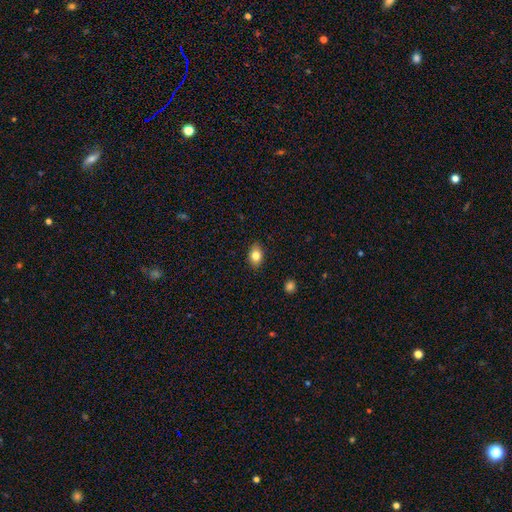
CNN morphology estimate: A smooth galaxy with no disk features (81%) that is in between round and cigar-shaped (77%).

Vote fractions:
- Smooth or featured? smooth: 81% / featured or disk: 10% / star or artifact: 9%
- How rounded? in between: 77% / round: 21% / cigar-shaped: 2%
- Merging? none: 87% / minor disturbance: 10% / major disturbance: 2% / merger: 1%